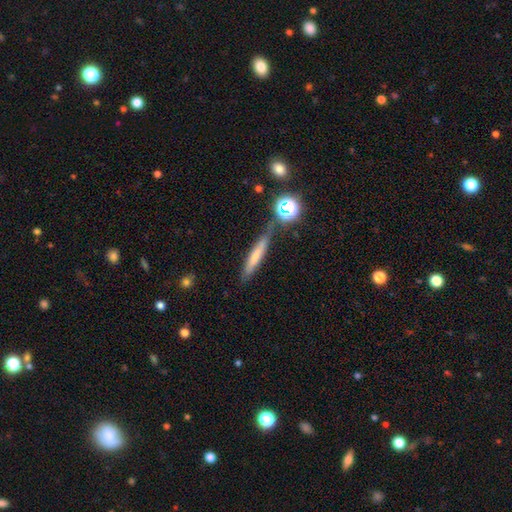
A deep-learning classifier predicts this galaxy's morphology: Smooth or featured? Predicted: smooth (p=0.61). How rounded? Predicted: cigar-shaped (p=0.89). Merging? Predicted: none (p=0.71).